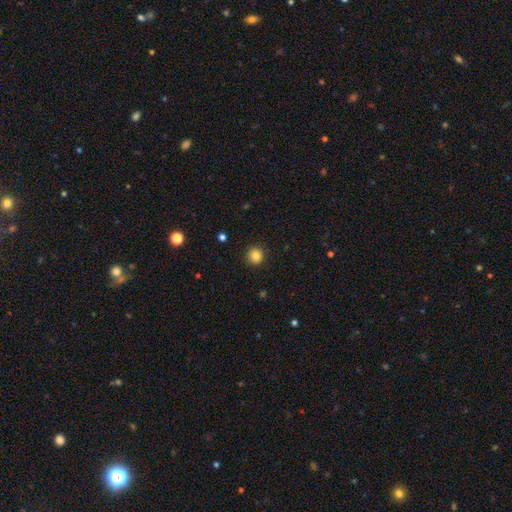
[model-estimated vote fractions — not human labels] Q: Smooth or featured?
A: smooth (83%); runner-up: star or artifact (11%)
Q: How rounded?
A: round (94%); runner-up: in between (5%)
Q: Merging?
A: none (91%); runner-up: minor disturbance (6%)